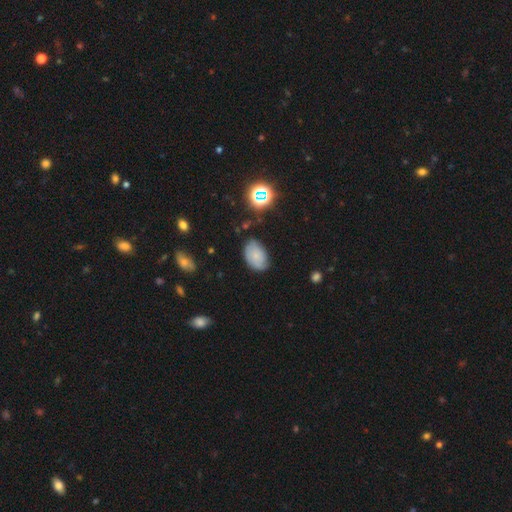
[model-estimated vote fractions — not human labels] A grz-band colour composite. It shows a smooth galaxy with no disk features (72%) that is in between round and cigar-shaped (89%). Merging: none (70%).